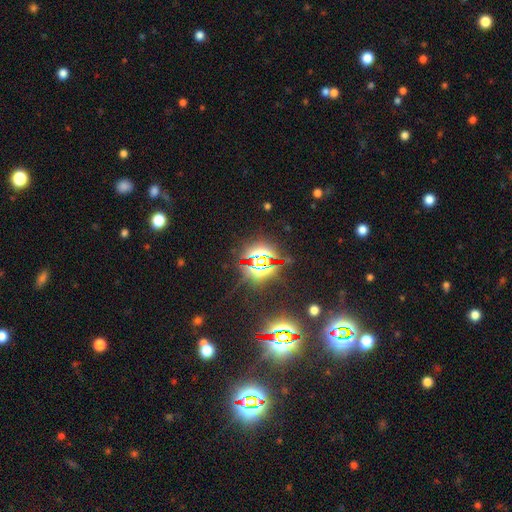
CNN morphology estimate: smooth-or-featured: star or artifact: 82% | smooth: 10% | featured or disk: 8%